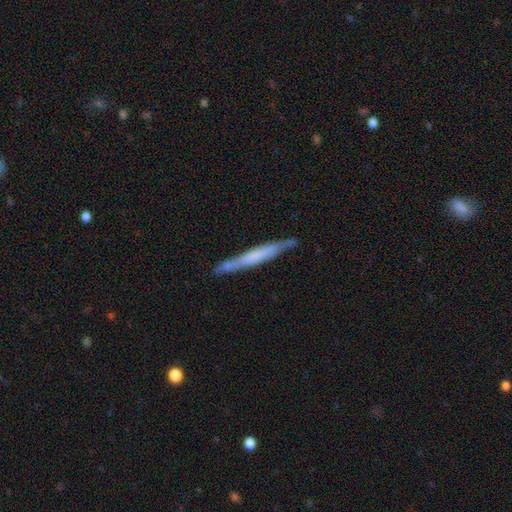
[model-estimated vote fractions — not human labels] A featured or disk galaxy (48%).

Vote fractions:
- Smooth or featured? featured or disk: 48% / smooth: 46% / star or artifact: 6%
- Merging? none: 76% / minor disturbance: 17% / merger: 4% / major disturbance: 3%